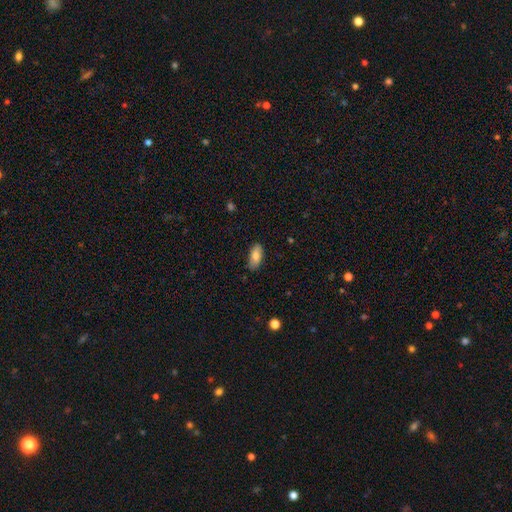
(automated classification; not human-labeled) smooth 80%, featured or disk 14%, star or artifact 6%. Down the decision tree: how rounded — in between (86%); merging — none (83%).